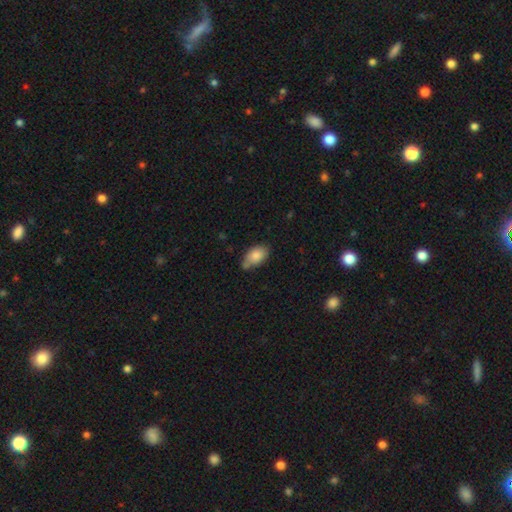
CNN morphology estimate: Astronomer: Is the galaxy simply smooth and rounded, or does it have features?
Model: smooth — 84%.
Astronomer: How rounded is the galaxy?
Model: in between — 91%.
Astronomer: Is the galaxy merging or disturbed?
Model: none — 57%.